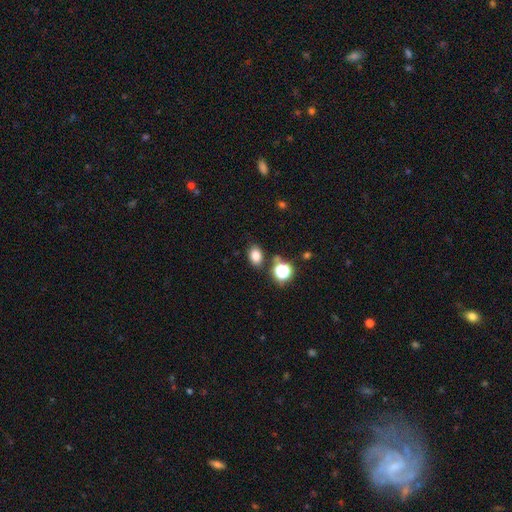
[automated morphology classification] The model was most divided on "how rounded": in between: 68%, round: 31%, cigar-shaped: 1%. More confident: smooth or featured — smooth (79%); merging — none (77%).